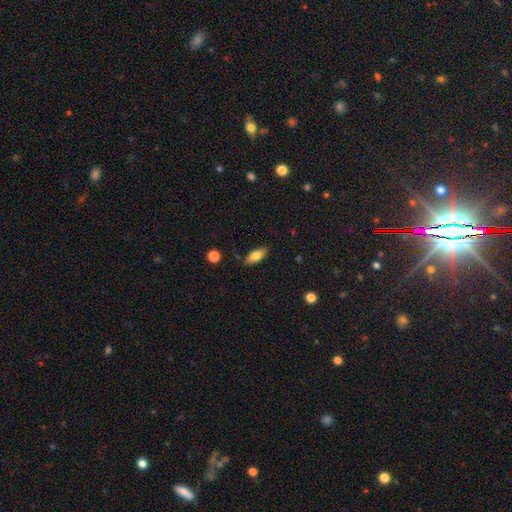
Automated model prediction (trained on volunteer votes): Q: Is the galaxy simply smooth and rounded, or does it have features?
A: smooth — 72%.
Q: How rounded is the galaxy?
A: in between — 78%.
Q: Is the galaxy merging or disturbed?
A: none — 83%.